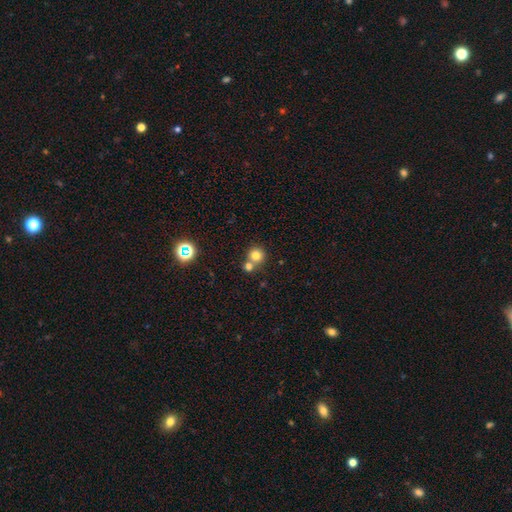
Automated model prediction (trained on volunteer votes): smooth_or_featured: smooth (p=0.77) [alt: star or artifact p=0.14]
how_rounded: round (p=0.91) [alt: in between p=0.08]
merging: none (p=0.54) [alt: merger p=0.37]